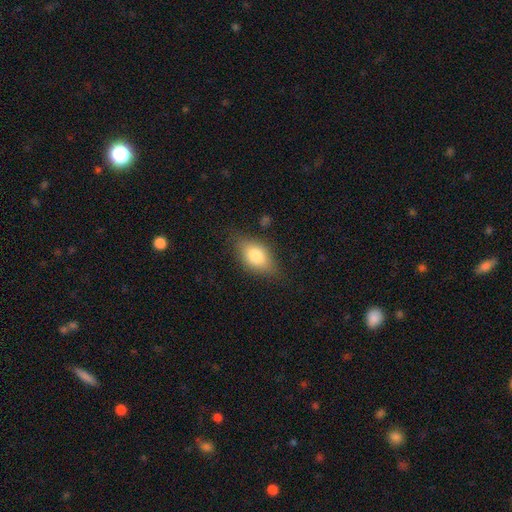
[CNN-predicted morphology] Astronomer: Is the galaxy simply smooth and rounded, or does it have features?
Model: smooth — 77%.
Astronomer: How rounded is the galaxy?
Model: in between — 86%.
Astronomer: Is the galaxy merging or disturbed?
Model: none — 73%.